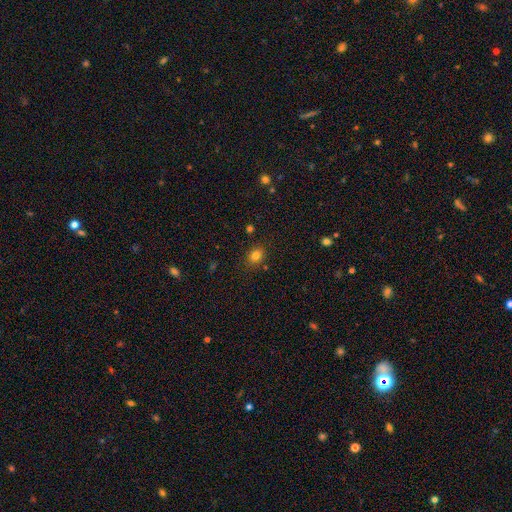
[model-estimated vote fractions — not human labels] This appears to be a smooth galaxy with no disk features (80%) that is round (54%). Merging: none (84%).